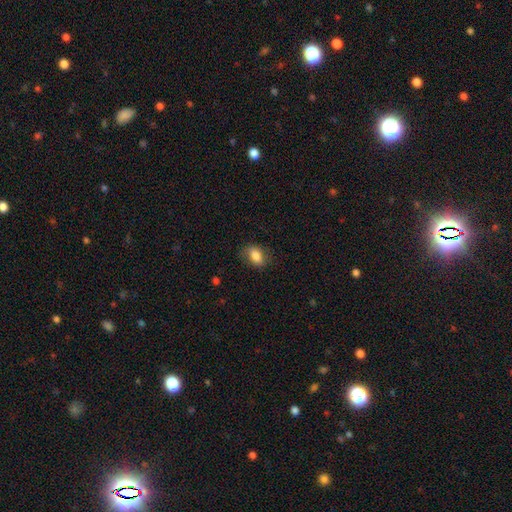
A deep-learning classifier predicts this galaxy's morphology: type=smooth (82%); roundness=in between (81%); merging=none (76%).